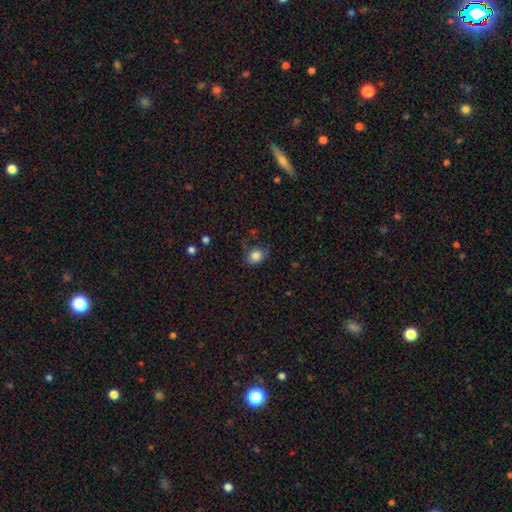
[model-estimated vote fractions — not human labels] A smooth galaxy with no disk features (83%) that is round (53%).

Vote fractions:
- Smooth or featured? smooth: 83% / star or artifact: 10% / featured or disk: 7%
- How rounded? round: 53% / in between: 46% / cigar-shaped: 1%
- Merging? none: 67% / minor disturbance: 25% / major disturbance: 7% / merger: 2%